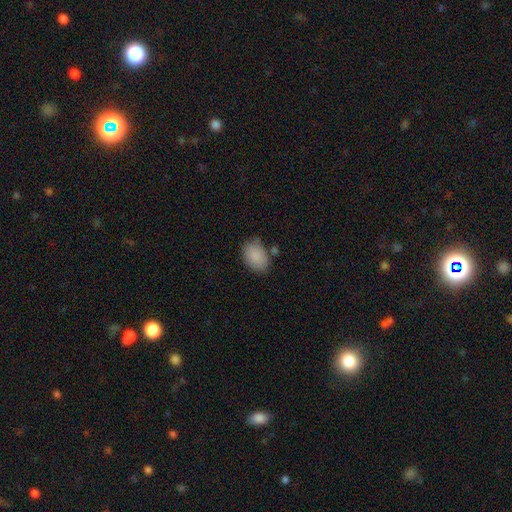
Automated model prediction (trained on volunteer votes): smooth_or_featured: smooth (p=0.88) [alt: star or artifact p=0.07]
how_rounded: in between (p=0.82) [alt: round p=0.17]
merging: none (p=0.71) [alt: minor disturbance p=0.19]